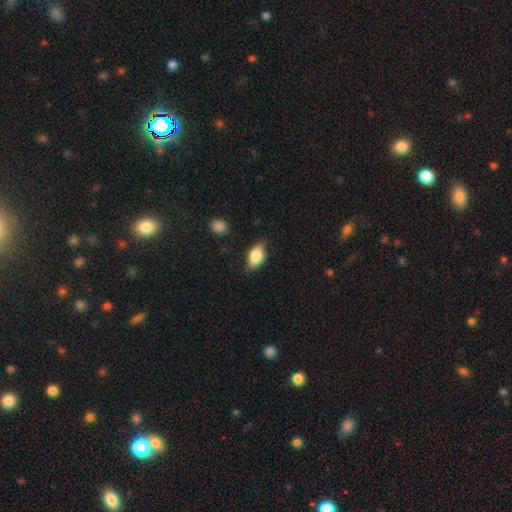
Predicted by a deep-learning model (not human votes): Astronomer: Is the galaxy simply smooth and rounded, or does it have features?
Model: smooth — 77%.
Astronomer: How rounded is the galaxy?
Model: in between — 86%.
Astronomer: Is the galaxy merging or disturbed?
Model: none — 71%.